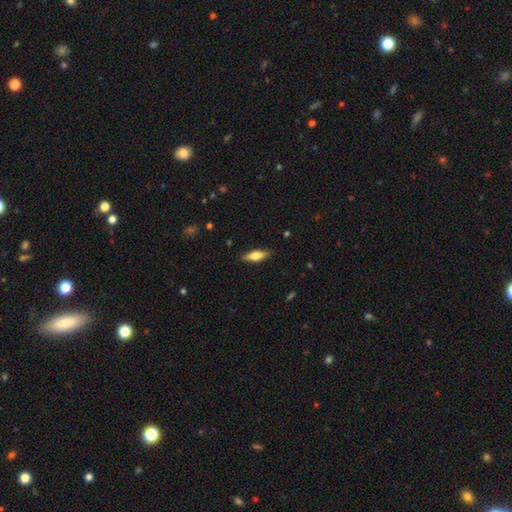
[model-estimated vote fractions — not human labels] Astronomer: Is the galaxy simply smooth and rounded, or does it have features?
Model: smooth — 57% (runner-up: featured or disk, 37%).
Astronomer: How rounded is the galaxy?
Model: in between — 55% (runner-up: cigar-shaped, 42%).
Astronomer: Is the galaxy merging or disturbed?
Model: none — 87%.